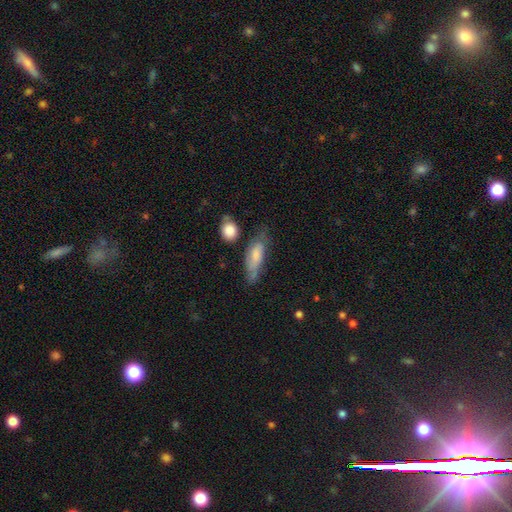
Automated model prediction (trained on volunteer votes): smooth_or_featured: smooth (p=0.63) [alt: featured or disk p=0.30]
how_rounded: in between (p=0.59) [alt: cigar-shaped p=0.38]
merging: none (p=0.47) [alt: minor disturbance p=0.32]